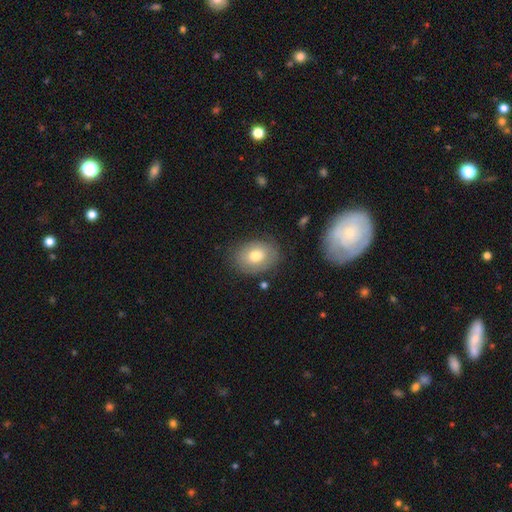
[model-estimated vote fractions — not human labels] A smooth galaxy with no disk features (69%) that is in between round and cigar-shaped (68%).

Vote fractions:
- Smooth or featured? smooth: 69% / featured or disk: 23% / star or artifact: 8%
- How rounded? in between: 68% / round: 31% / cigar-shaped: 1%
- Merging? none: 79% / minor disturbance: 15% / major disturbance: 5% / merger: 2%